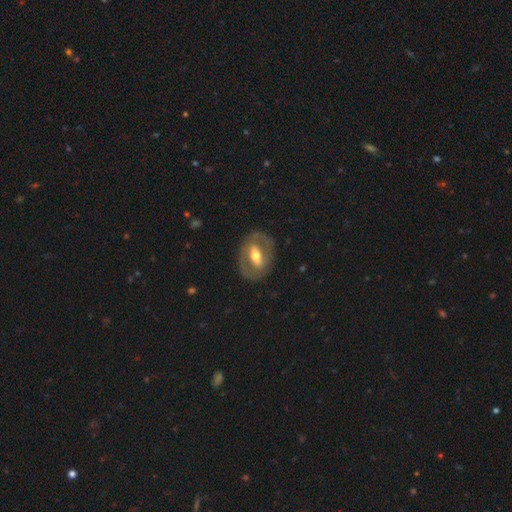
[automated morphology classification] Q: Smooth or featured?
A: featured or disk (65%); runner-up: smooth (30%)
Q: Edge-on disk?
A: no (90%); runner-up: yes (10%)
Q: Bar?
A: strong (47%); runner-up: weak (30%)
Q: Spiral arms?
A: no (68%); runner-up: yes (32%)
Q: Bulge size?
A: moderate (69%); runner-up: small (15%)
Q: Merging?
A: none (80%); runner-up: minor disturbance (12%)